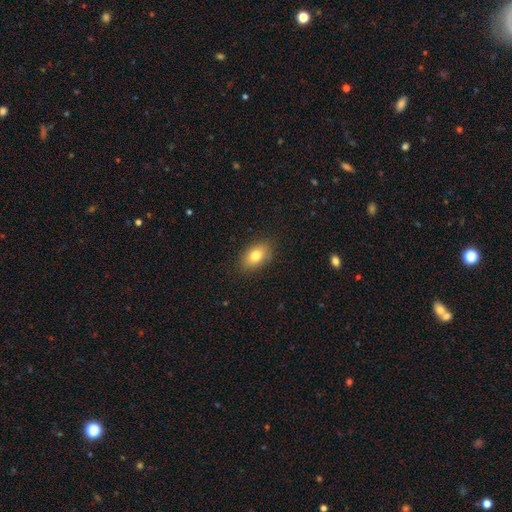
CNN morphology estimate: smooth-or-featured: smooth: 80% | featured or disk: 12% | star or artifact: 8%
  how-rounded: in between: 87% | round: 11% | cigar-shaped: 2%
  merging: none: 87% | minor disturbance: 9% | major disturbance: 2% | merger: 1%